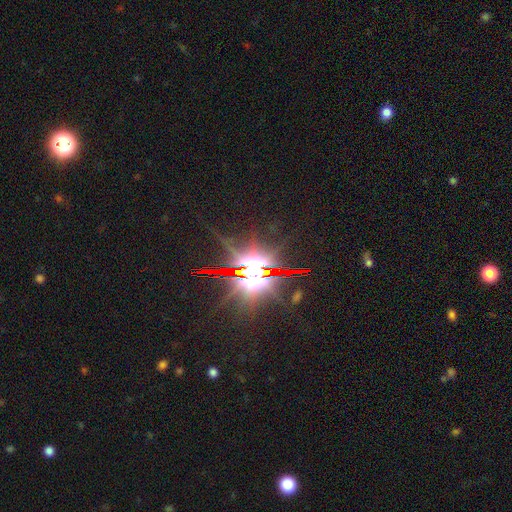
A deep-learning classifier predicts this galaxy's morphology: The model was most divided on "smooth or featured": star or artifact: 82%, featured or disk: 12%, smooth: 7%.